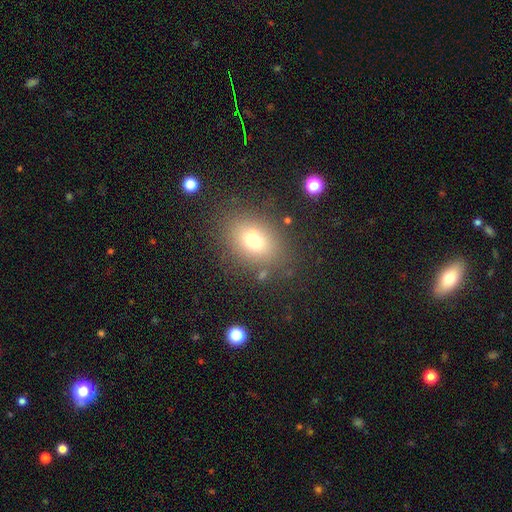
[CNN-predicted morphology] Smooth or featured? Predicted: smooth (p=0.68). How rounded? Predicted: in between (p=0.66). Merging? Predicted: none (p=0.84).